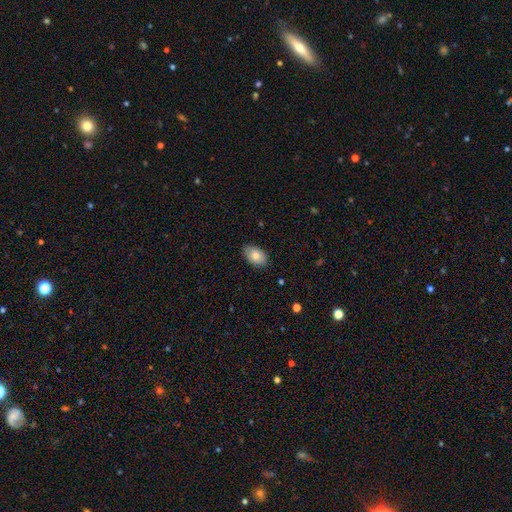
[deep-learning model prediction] This appears to be a smooth galaxy with no disk features (80%) that is in between round and cigar-shaped (90%). Merging: none (84%).